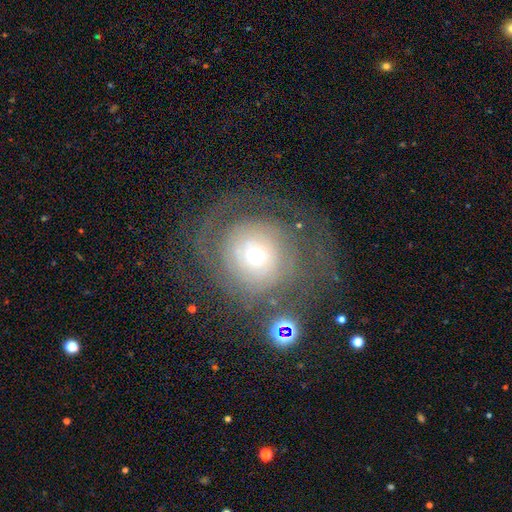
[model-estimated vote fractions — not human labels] This is likely a featured or disk galaxy (61%). It is clearly not viewed edge-on (96%). Bar: clearly no (83%). Spiral arm pattern: likely yes (69%). Central bulge: possibly small (46%). Merging: possibly none (56%).